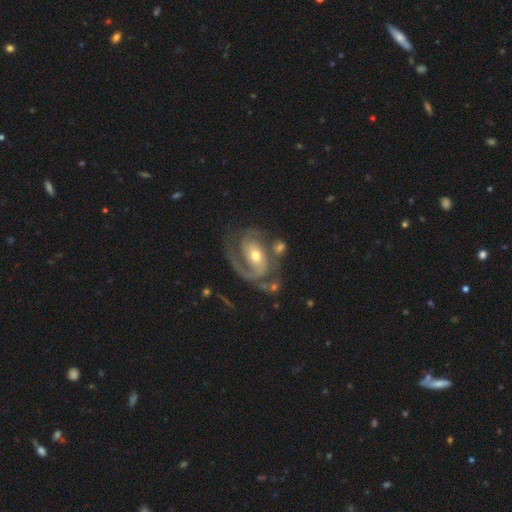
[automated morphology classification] A featured or disk galaxy (87%) with no bar (47%), 2 (57%) medium (45%) spiral arms (96%) and a moderate central bulge (60%).

Vote fractions:
- Smooth or featured? featured or disk: 87% / smooth: 8% / star or artifact: 5%
- Edge-on disk? no: 97% / yes: 3%
- Bar? no: 47% / weak: 36% / strong: 17%
- Spiral arms? yes: 96% / no: 4%
- Spiral winding? medium: 45% / tight: 39% / loose: 16%
- Spiral arm count? 2: 57% / 1: 30% / can't tell: 6% / 3: 4% / 4: 1% / more than 4: 1%
- Bulge size? moderate: 60% / small: 34% / large: 4% / none: 1% / dominant: 1%
- Merging? none: 54% / major disturbance: 19% / minor disturbance: 19% / merger: 9%